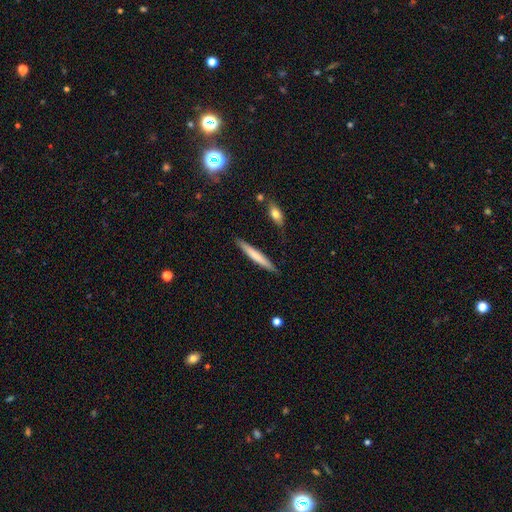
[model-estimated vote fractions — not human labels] A smooth galaxy with no disk features (68%) that is cigar-shaped (95%).

Vote fractions:
- Smooth or featured? smooth: 68% / featured or disk: 27% / star or artifact: 5%
- How rounded? cigar-shaped: 95% / in between: 4% / round: 1%
- Merging? none: 89% / minor disturbance: 8% / merger: 2% / major disturbance: 2%